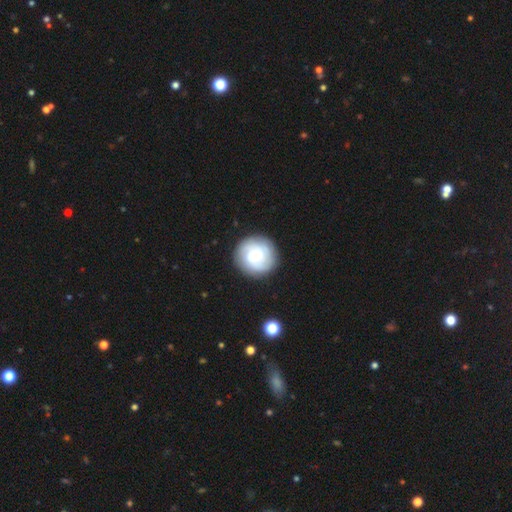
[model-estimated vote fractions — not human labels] Overall: featured or disk (59%; smooth 35%). Edge-on disk: no (98%). Bar: no (56%; weak 37%). Spiral arms: yes (84%). Bulge size: moderate (65%; small 28%). Merging: none (88%).